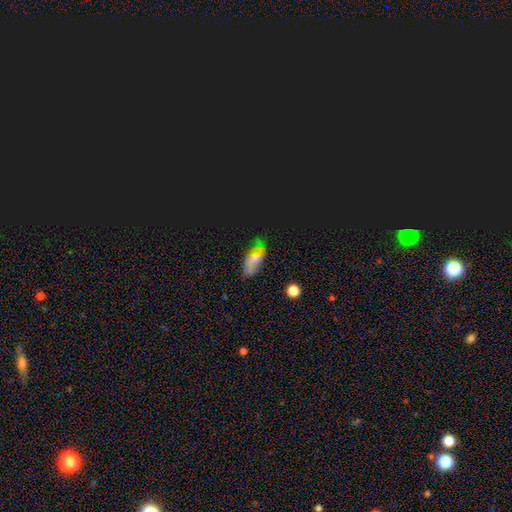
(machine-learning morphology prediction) type=star or artifact (37%).